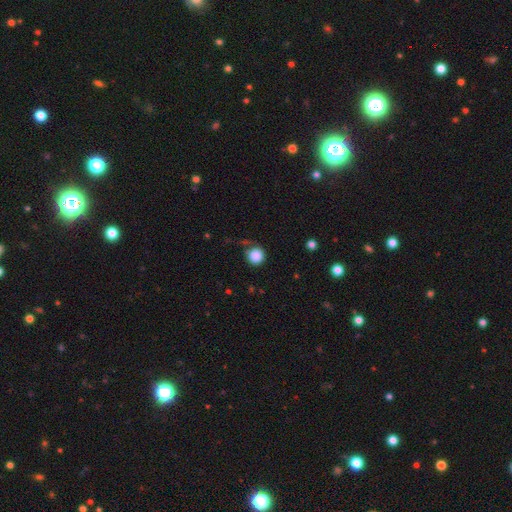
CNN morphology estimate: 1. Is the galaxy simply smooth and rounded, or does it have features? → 87% smooth, 8% star or artifact, 4% featured or disk.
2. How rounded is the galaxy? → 93% round, 6% in between, 1% cigar-shaped.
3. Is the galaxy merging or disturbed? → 67% none, 19% minor disturbance, 11% major disturbance, 3% merger.